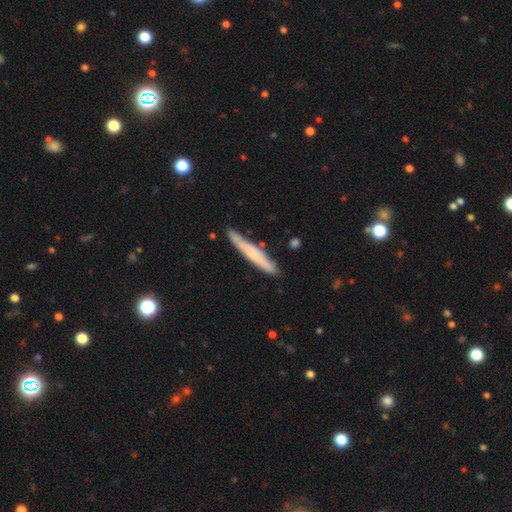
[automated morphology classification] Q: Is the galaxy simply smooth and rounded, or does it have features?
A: smooth — 59%.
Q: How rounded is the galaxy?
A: cigar-shaped — 94%.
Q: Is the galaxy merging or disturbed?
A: none — 81%.